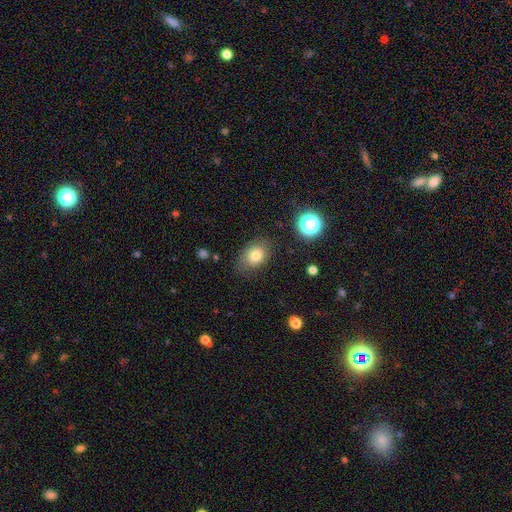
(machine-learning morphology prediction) Smooth or featured: smooth — 79% (star or artifact — 11%)
How rounded: in between — 68% (round — 31%)
Merging: none — 73% (minor disturbance — 20%)